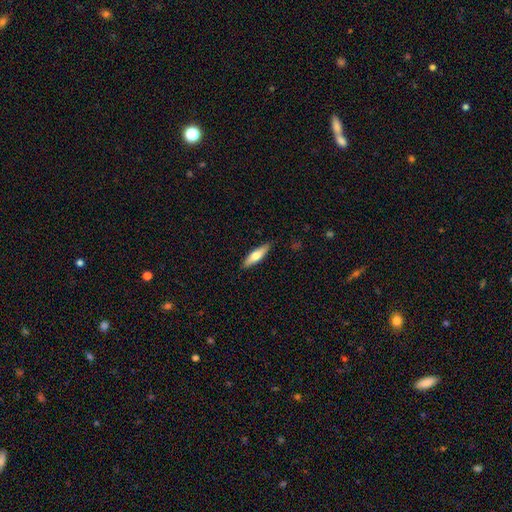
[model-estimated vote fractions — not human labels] This is likely a smooth galaxy (62%). How rounded: likely cigar-shaped (65%). Merging: clearly none (87%).